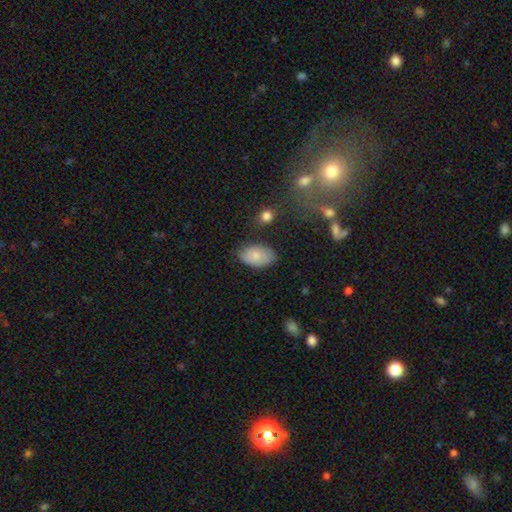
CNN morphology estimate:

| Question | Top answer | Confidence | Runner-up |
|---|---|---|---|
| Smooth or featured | smooth | 78% | featured or disk (14%) |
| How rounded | in between | 92% | round (6%) |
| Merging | none | 74% | minor disturbance (19%) |